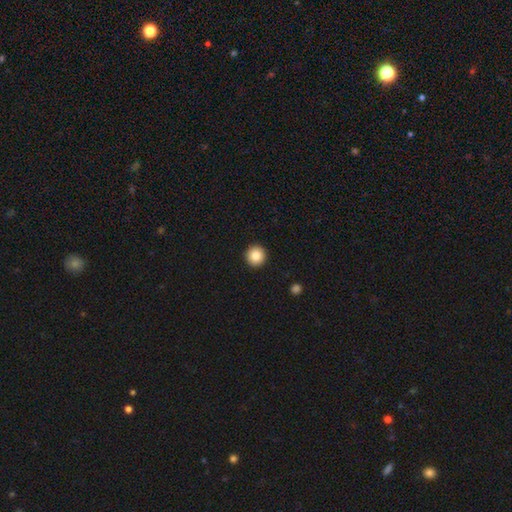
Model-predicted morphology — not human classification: smooth-or-featured: smooth: 85% | star or artifact: 10% | featured or disk: 6%
  how-rounded: round: 96% | in between: 3% | cigar-shaped: 1%
  merging: none: 94% | minor disturbance: 4% | major disturbance: 1% | merger: 1%